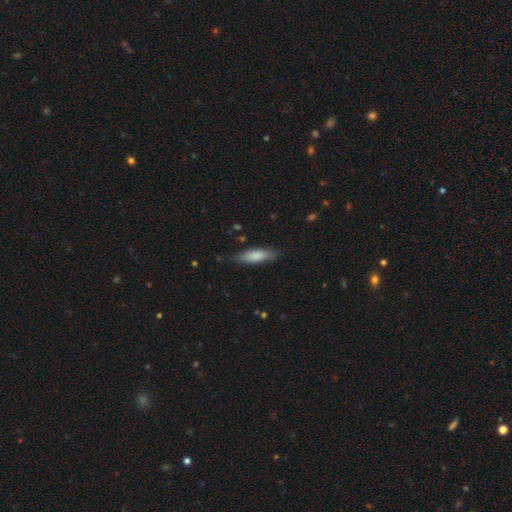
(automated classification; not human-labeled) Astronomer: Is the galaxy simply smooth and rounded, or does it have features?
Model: smooth — 81%.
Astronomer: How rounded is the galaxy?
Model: in between — 51% (runner-up: cigar-shaped, 48%).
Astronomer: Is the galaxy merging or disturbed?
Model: none — 81%.